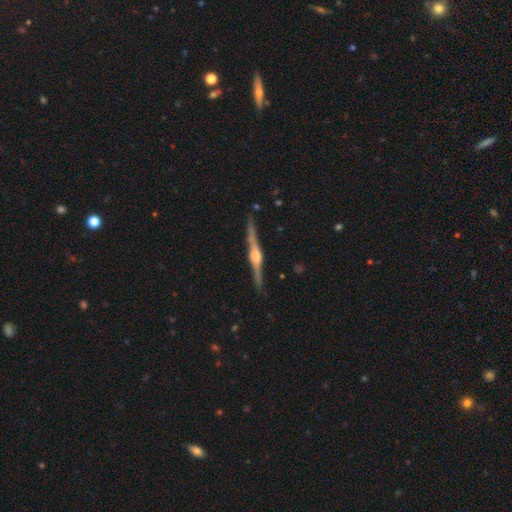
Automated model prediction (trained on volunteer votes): Smooth or featured: featured or disk — 86% (smooth — 9%)
Edge-on disk: yes — 98% (no — 2%)
Edge-on bulge: rounded — 86% (boxy — 11%)
Merging: none — 89% (minor disturbance — 8%)